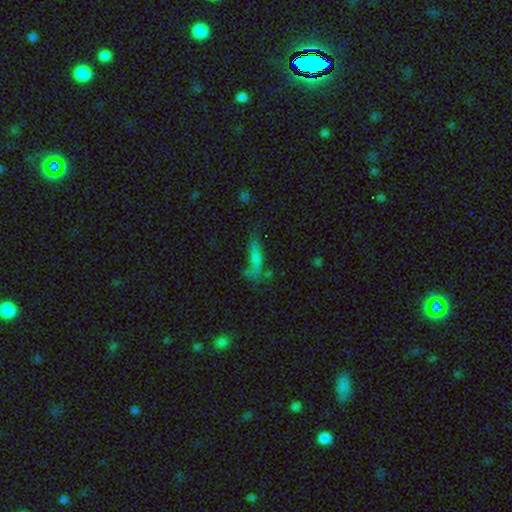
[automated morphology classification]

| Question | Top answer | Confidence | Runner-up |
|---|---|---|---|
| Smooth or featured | smooth | 69% | featured or disk (19%) |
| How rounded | cigar-shaped | 73% | in between (24%) |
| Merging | none | 51% | minor disturbance (24%) |